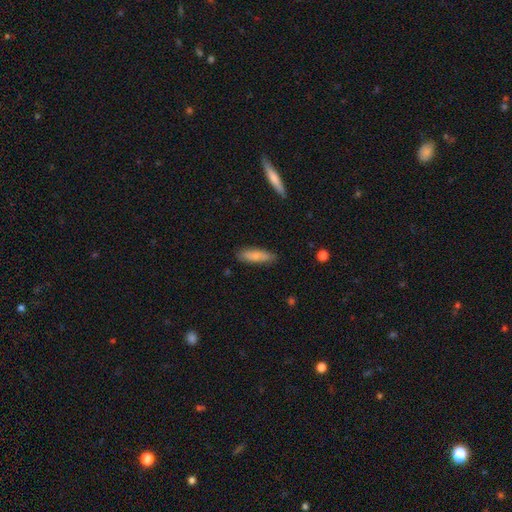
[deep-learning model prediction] Smooth or featured: smooth — 79% (featured or disk — 16%)
How rounded: cigar-shaped — 52% (in between — 46%)
Merging: none — 82% (minor disturbance — 14%)